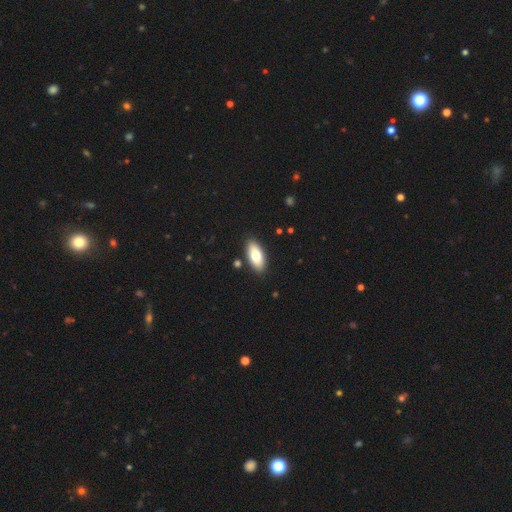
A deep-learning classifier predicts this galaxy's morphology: Smooth or featured: smooth — 76% (featured or disk — 18%)
How rounded: in between — 88% (cigar-shaped — 10%)
Merging: none — 87% (minor disturbance — 8%)